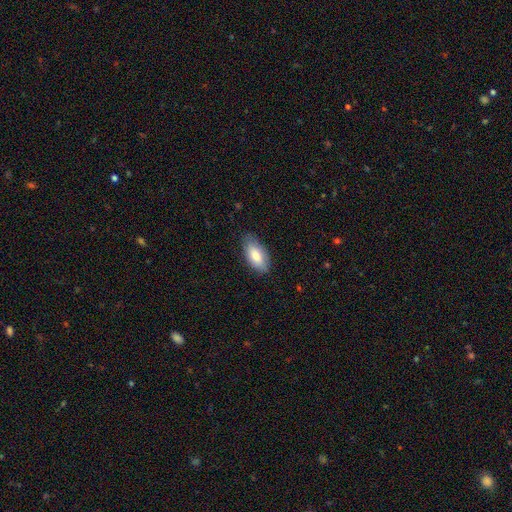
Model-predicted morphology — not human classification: smooth_or_featured: smooth (p=0.80) [alt: featured or disk p=0.14]
how_rounded: in between (p=0.92) [alt: cigar-shaped p=0.05]
merging: none (p=0.79) [alt: minor disturbance p=0.17]